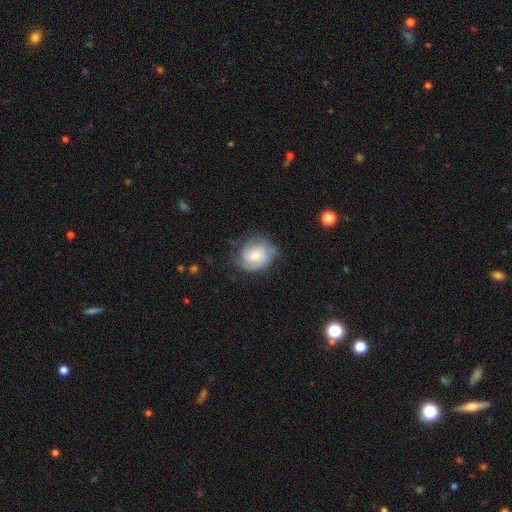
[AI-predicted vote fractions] Smooth or featured? featured or disk (59%)
Edge-on disk? no (97%)
Bar? no (62%)
Spiral arms? yes (86%)
Bulge size? moderate (53%)
Merging? none (60%)